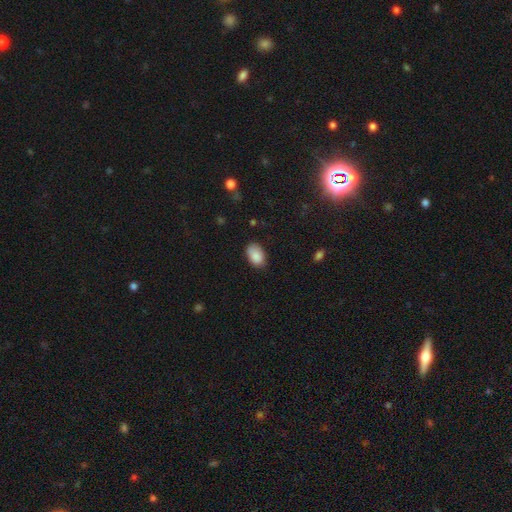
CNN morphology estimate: Smooth or featured? smooth (88%)
How rounded? in between (91%)
Merging? none (75%)